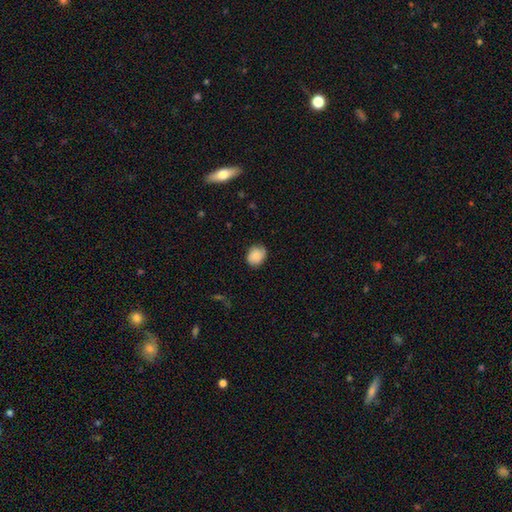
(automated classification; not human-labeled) Q: Smooth or featured?
A: smooth (84%); runner-up: featured or disk (8%)
Q: How rounded?
A: round (57%); runner-up: in between (42%)
Q: Merging?
A: none (77%); runner-up: minor disturbance (19%)